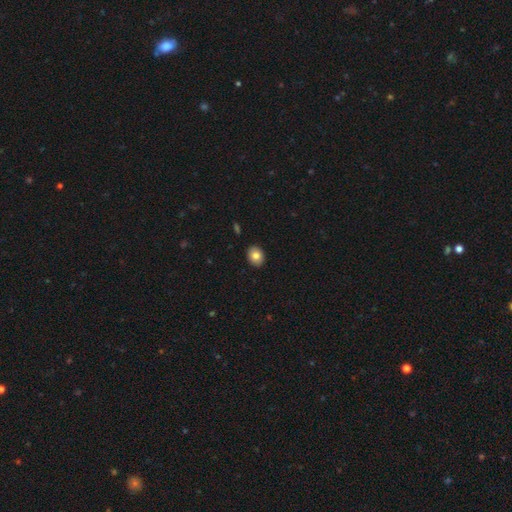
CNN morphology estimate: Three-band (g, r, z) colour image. It shows a smooth galaxy with no disk features (83%) that is in between round and cigar-shaped (61%). Merging: none (90%).